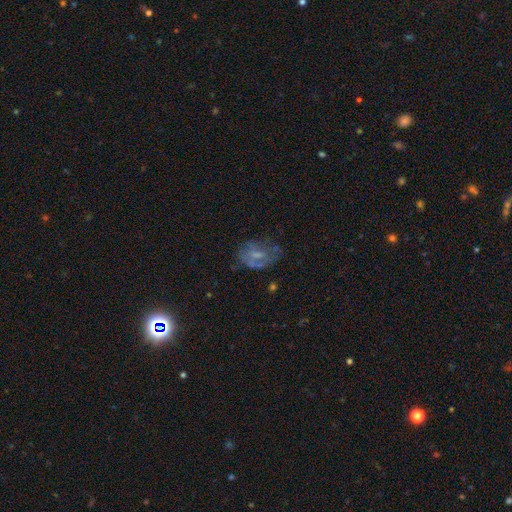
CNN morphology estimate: Smooth or featured: featured or disk — 49% (smooth — 37%)
Merging: none — 42% (major disturbance — 28%)